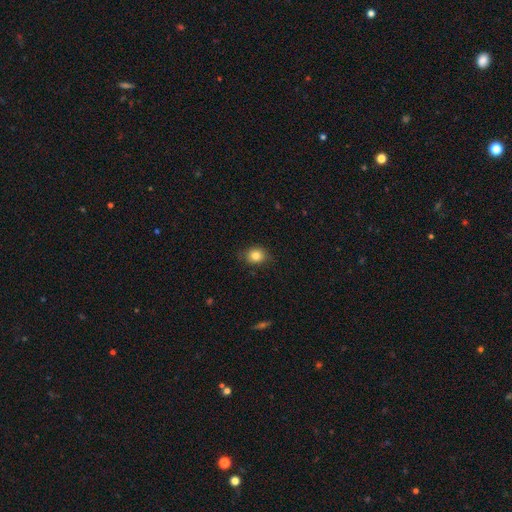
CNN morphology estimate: smooth-or-featured: smooth: 83% | star or artifact: 10% | featured or disk: 7%
  how-rounded: round: 63% | in between: 36% | cigar-shaped: 1%
  merging: none: 82% | minor disturbance: 14% | major disturbance: 3% | merger: 1%